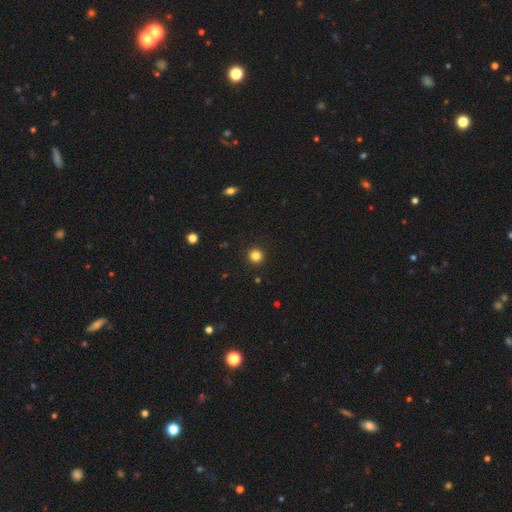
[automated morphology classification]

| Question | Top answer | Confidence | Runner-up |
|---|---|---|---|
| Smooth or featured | smooth | 83% | star or artifact (13%) |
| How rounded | round | 96% | in between (3%) |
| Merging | none | 93% | minor disturbance (4%) |